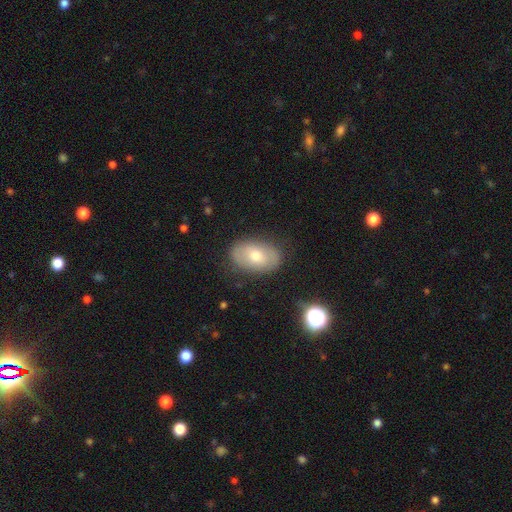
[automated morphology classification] This appears to be a smooth galaxy with no disk features (59%) that is in between round and cigar-shaped (89%). Merging: none (83%).